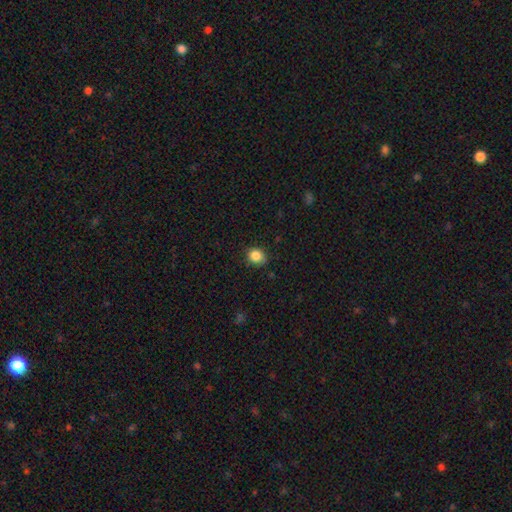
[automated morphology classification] smooth-or-featured: smooth: 85% | star or artifact: 10% | featured or disk: 4%
  how-rounded: round: 74% | in between: 25% | cigar-shaped: 1%
  merging: none: 81% | minor disturbance: 15% | major disturbance: 3% | merger: 1%